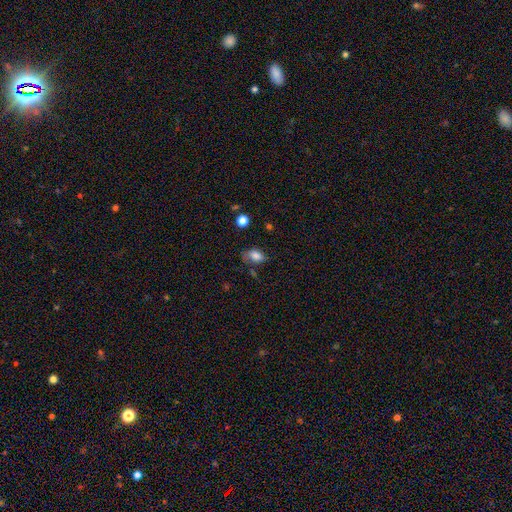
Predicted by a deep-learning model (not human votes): Smooth or featured? smooth (80%)
How rounded? in between (85%)
Merging? none (52%)